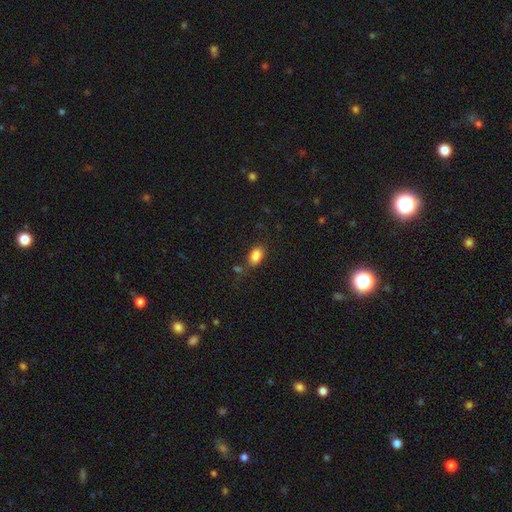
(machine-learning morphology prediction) smooth_or_featured: smooth (p=0.86) [alt: star or artifact p=0.09]
how_rounded: in between (p=0.87) [alt: round p=0.11]
merging: none (p=0.77) [alt: minor disturbance p=0.13]